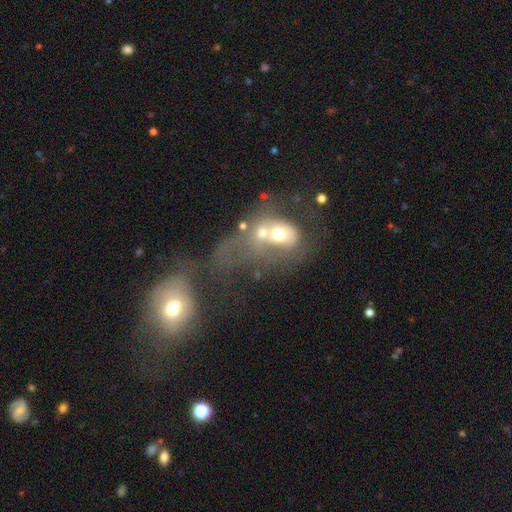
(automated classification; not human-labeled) A featured or disk galaxy (44%).

Vote fractions:
- Smooth or featured? featured or disk: 44% / smooth: 35% / star or artifact: 21%
- Merging? merger: 66% / none: 14% / major disturbance: 12% / minor disturbance: 8%